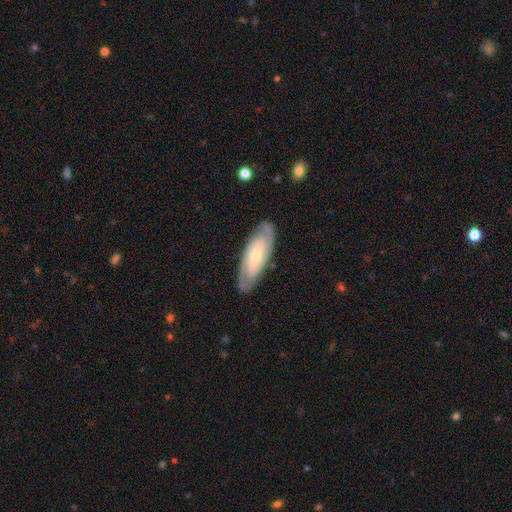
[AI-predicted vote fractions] Smooth or featured? Predicted: featured or disk (p=0.80). Edge-on disk? Predicted: no (p=0.90). Bar? Predicted: no (p=0.48). Spiral arms? Predicted: yes (p=0.94). Spiral winding? Predicted: tight (p=0.62). Spiral arm count? Predicted: 2 (p=0.76). Bulge size? Predicted: small (p=0.55). Merging? Predicted: none (p=0.84).